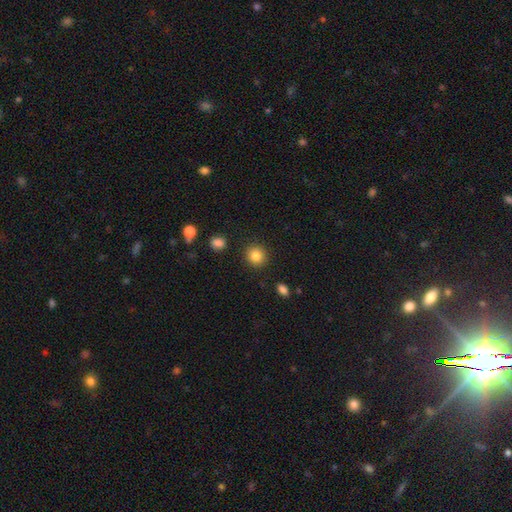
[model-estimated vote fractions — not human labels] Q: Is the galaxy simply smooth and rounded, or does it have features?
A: smooth — 85%.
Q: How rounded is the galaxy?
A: round — 90%.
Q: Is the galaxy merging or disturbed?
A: none — 90%.